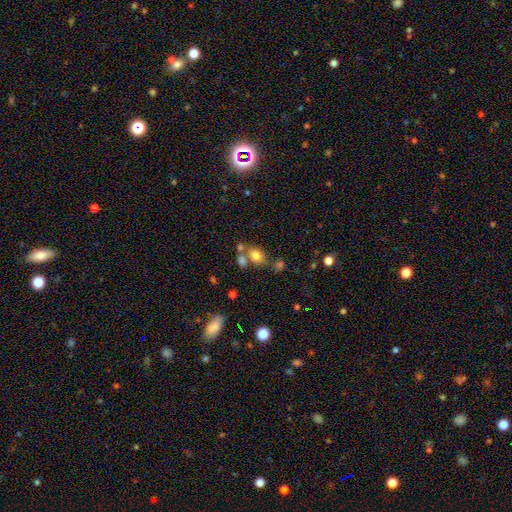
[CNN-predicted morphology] This appears to be a smooth galaxy with no disk features (77%) that is in between round and cigar-shaped (55%). Merging: none (56%).